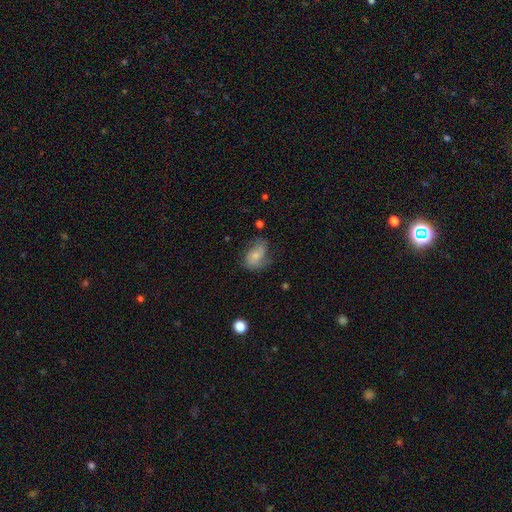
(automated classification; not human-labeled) Morphology: type=featured or disk (52%); edge-on=no (97%); bar=no (70%); spiral arms=yes (84%); bulge=small (59%); merging=none (51%).